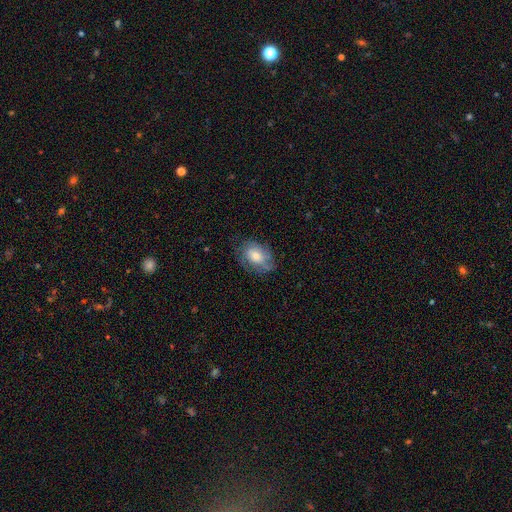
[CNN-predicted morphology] Smooth or featured: featured or disk — 50% (smooth — 40%)
Edge-on disk: no — 95% (yes — 5%)
Merging: none — 66% (minor disturbance — 23%)